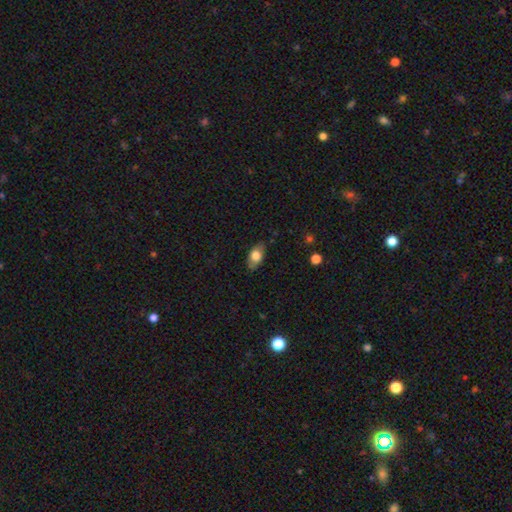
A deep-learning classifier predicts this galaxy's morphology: Smooth or featured?
  - smooth: 75% *
  - featured or disk: 18%
  - star or artifact: 7%
How rounded?
  - in between: 89% *
  - round: 7%
  - cigar-shaped: 5%
Merging?
  - none: 81% *
  - minor disturbance: 15%
  - major disturbance: 3%
  - merger: 1%